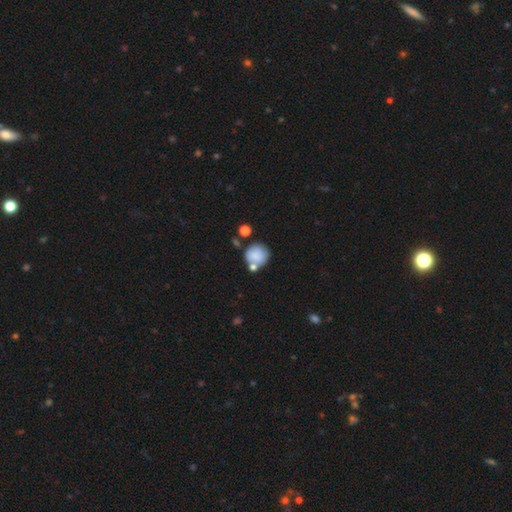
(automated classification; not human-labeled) A smooth galaxy with no disk features (79%) that is round (85%).

Vote fractions:
- Smooth or featured? smooth: 79% / featured or disk: 12% / star or artifact: 9%
- How rounded? round: 85% / in between: 14% / cigar-shaped: 1%
- Merging? none: 55% / merger: 23% / minor disturbance: 16% / major disturbance: 6%